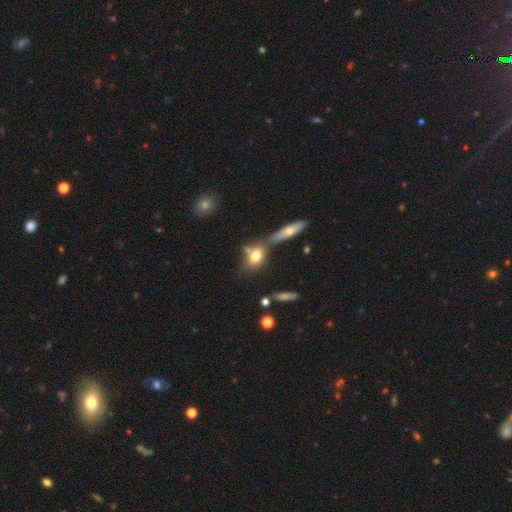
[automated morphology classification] Smooth or featured?
  - smooth: 71% *
  - featured or disk: 19%
  - star or artifact: 10%
How rounded?
  - in between: 69% *
  - round: 20%
  - cigar-shaped: 11%
Merging?
  - none: 46% *
  - merger: 34%
  - minor disturbance: 14%
  - major disturbance: 6%